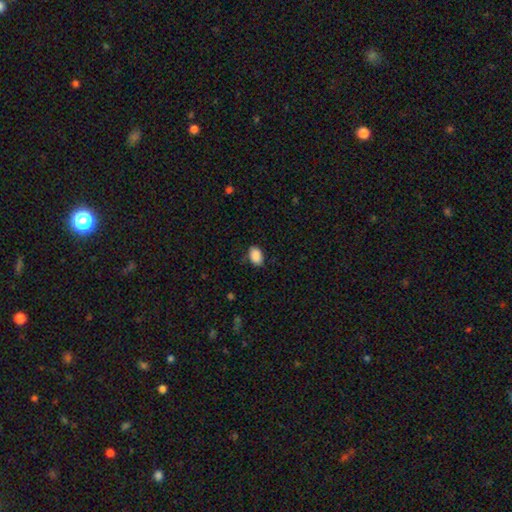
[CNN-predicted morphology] The model was most divided on "merging": none: 82%, minor disturbance: 13%, major disturbance: 3%, merger: 1%. More confident: smooth or featured — smooth (89%); how rounded — in between (87%).